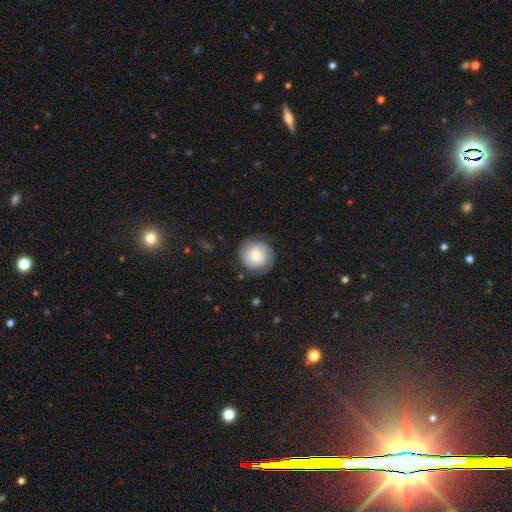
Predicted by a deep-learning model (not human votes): A smooth galaxy with no disk features (63%) that is round (93%). Merging: none (80%).